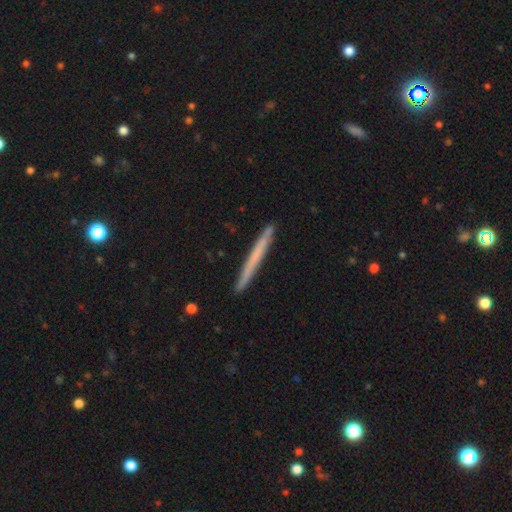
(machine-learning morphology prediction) Smooth or featured: smooth — 56% (featured or disk — 38%)
How rounded: cigar-shaped — 97% (in between — 1%)
Merging: none — 91% (minor disturbance — 6%)